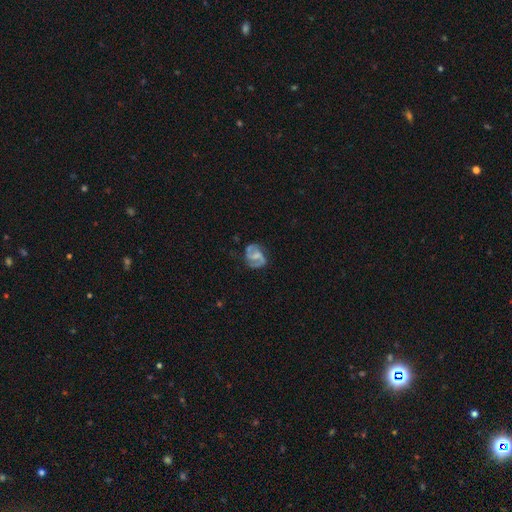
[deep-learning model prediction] Overall: featured or disk (75%). Edge-on disk: no (98%). Bar: weak (45%; no 36%). Spiral arms: yes (88%). Spiral arm count: 2 (77%). Spiral winding: medium (50%; loose 28%). Bulge size: small (38%; moderate 31%). Merging: none (61%; minor disturbance 22%).